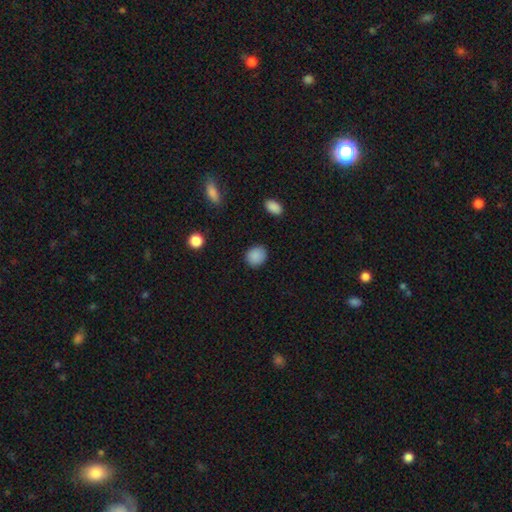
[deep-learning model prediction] smooth-or-featured: smooth: 88% | star or artifact: 9% | featured or disk: 3%
  how-rounded: round: 69% | in between: 30% | cigar-shaped: 1%
  merging: none: 87% | minor disturbance: 10% | major disturbance: 3% | merger: 1%